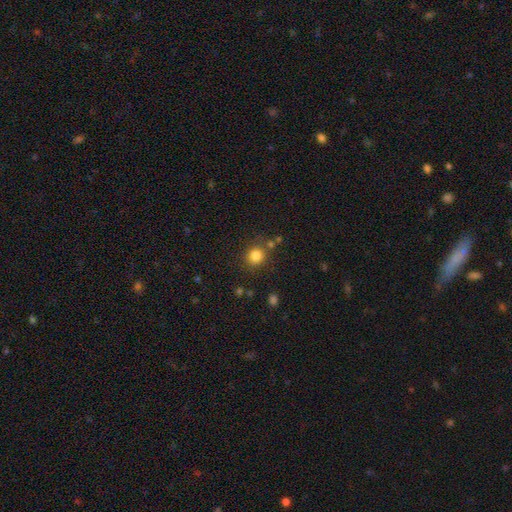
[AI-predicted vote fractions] Smooth or featured? smooth (82%)
How rounded? round (86%)
Merging? none (82%)